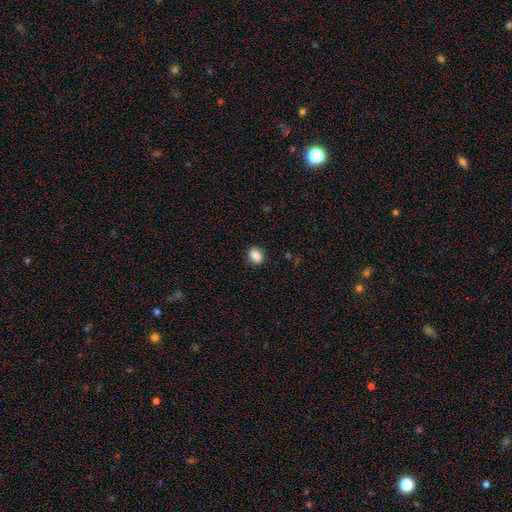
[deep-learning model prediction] This appears to be a smooth galaxy with no disk features (87%) that is in between round and cigar-shaped (51%). Merging: none (88%).